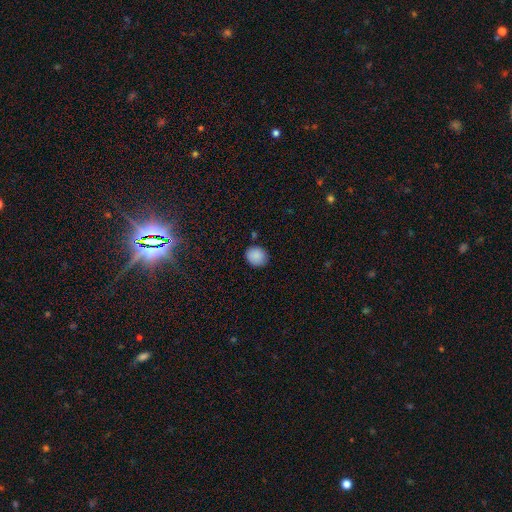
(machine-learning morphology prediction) This appears to be a smooth galaxy with no disk features (88%) that is round (79%). Merging: none (86%).